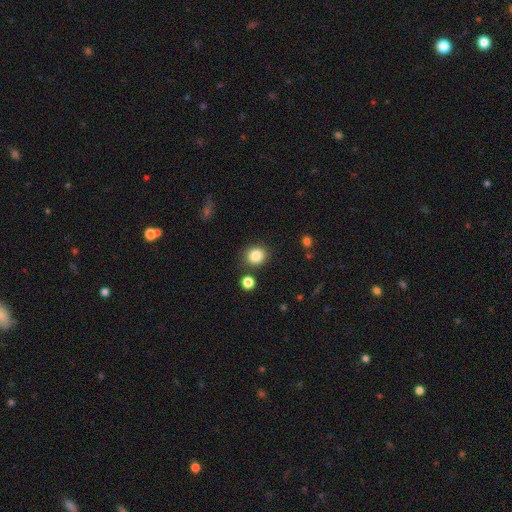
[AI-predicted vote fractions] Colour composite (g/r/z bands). It shows a smooth galaxy with no disk features (86%) that is round (81%). Merging: none (83%).